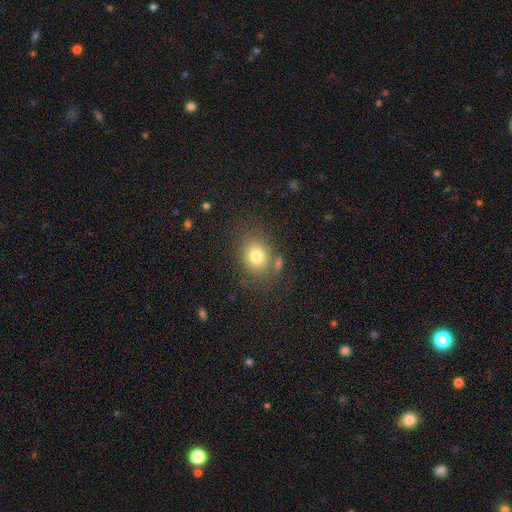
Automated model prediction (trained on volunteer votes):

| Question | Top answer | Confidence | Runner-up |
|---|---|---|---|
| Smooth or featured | smooth | 77% | featured or disk (11%) |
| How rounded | round | 58% | in between (41%) |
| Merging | none | 71% | minor disturbance (14%) |